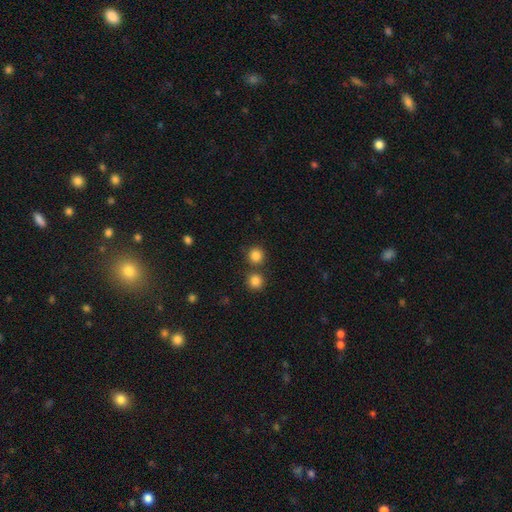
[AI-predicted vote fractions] smooth-or-featured: smooth: 84% | star or artifact: 12% | featured or disk: 4%
  how-rounded: round: 93% | in between: 6% | cigar-shaped: 1%
  merging: none: 76% | merger: 15% | minor disturbance: 7% | major disturbance: 2%